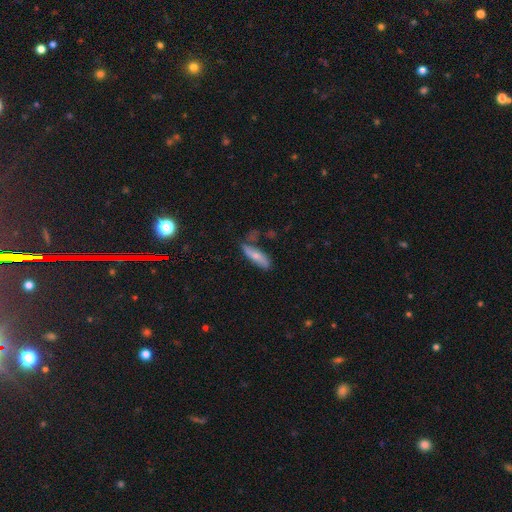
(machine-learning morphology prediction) Smooth or featured: smooth — 58% (featured or disk — 36%)
How rounded: cigar-shaped — 62% (in between — 36%)
Merging: none — 55% (minor disturbance — 27%)